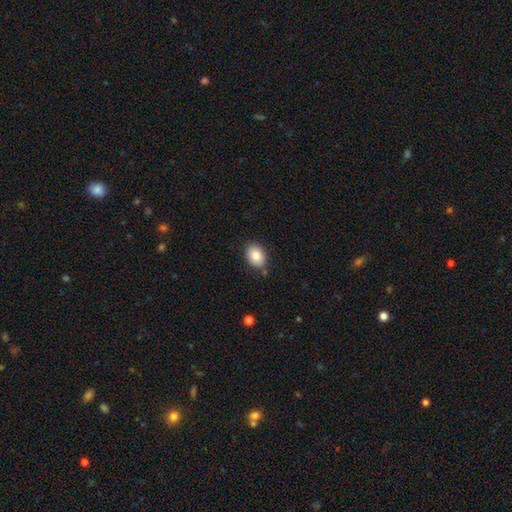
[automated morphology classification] This appears to be a smooth galaxy with no disk features (86%) that is in between round and cigar-shaped (73%). Merging: none (82%).